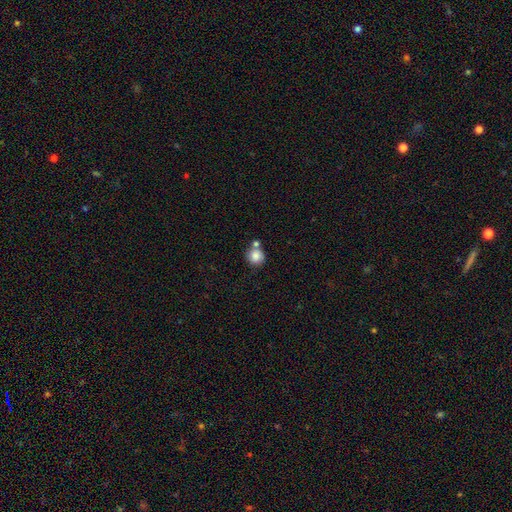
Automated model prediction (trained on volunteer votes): Smooth or featured?
  - smooth: 84% *
  - star or artifact: 9%
  - featured or disk: 7%
How rounded?
  - round: 91% *
  - in between: 9%
  - cigar-shaped: 1%
Merging?
  - none: 61% *
  - merger: 26%
  - minor disturbance: 10%
  - major disturbance: 3%